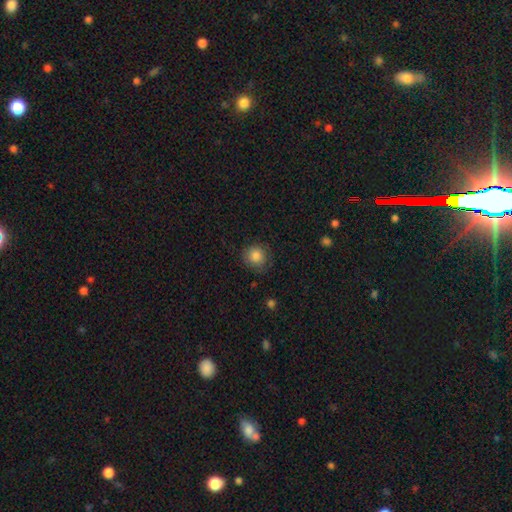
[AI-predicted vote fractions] Smooth or featured? Predicted: smooth (p=0.85). How rounded? Predicted: round (p=0.85). Merging? Predicted: none (p=0.76).